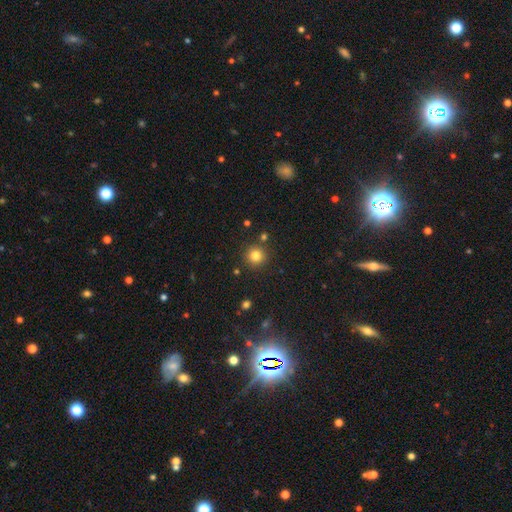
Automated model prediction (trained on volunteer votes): A smooth galaxy with no disk features (81%) that is round (94%). Merging: none (87%).